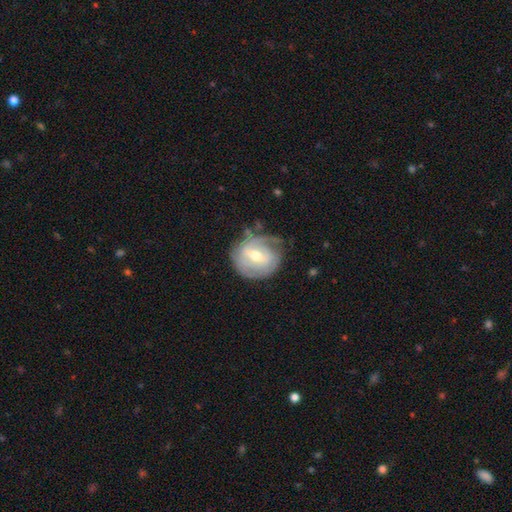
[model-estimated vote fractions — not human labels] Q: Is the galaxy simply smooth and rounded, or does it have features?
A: featured or disk — 68%.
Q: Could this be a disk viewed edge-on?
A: no — 96%.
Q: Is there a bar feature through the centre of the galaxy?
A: weak — 51%.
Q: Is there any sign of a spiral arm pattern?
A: yes — 78%.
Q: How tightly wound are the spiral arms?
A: tight — 56%.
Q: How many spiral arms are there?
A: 2 — 39%.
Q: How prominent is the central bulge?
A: moderate — 66%.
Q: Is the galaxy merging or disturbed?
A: none — 59%.